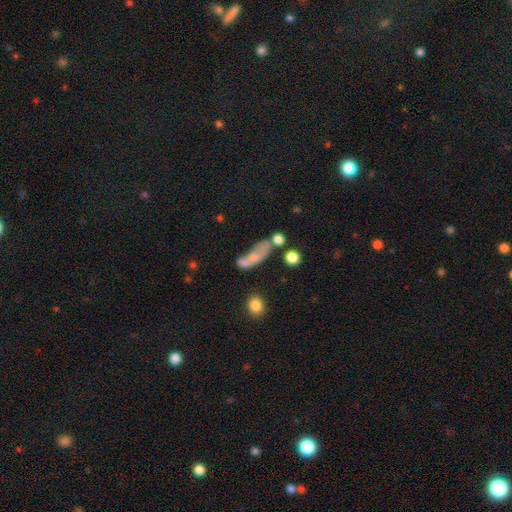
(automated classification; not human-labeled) A smooth galaxy with no disk features (58%) that is in between round and cigar-shaped (63%). Merging: merger (32%).